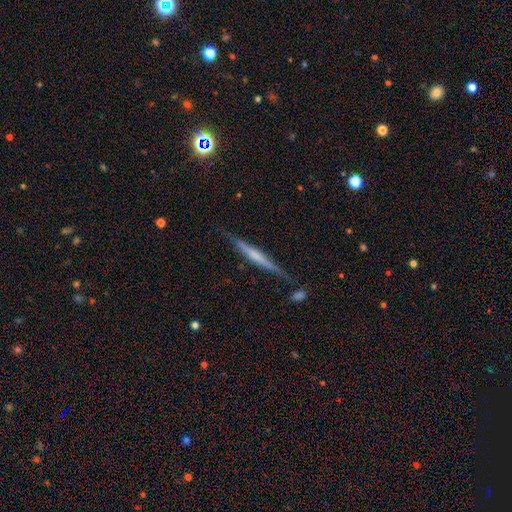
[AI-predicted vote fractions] featured or disk 60%, smooth 34%, star or artifact 6%. Down the decision tree: edge-on disk — yes (96%); edge-on bulge — none (53%); merging — none (78%).